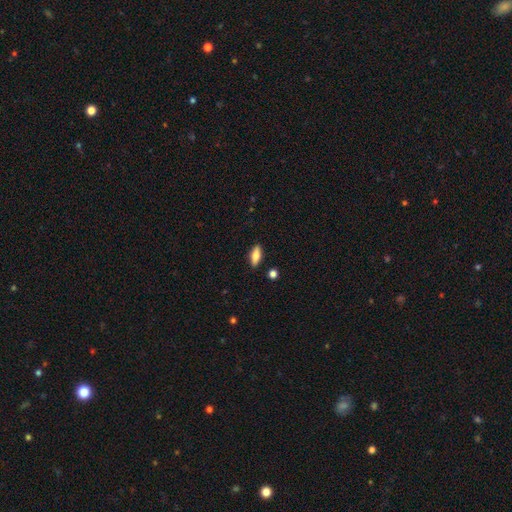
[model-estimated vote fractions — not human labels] smooth 71%, featured or disk 22%, star or artifact 7%. Down the decision tree: how rounded — in between (69%); merging — none (87%).